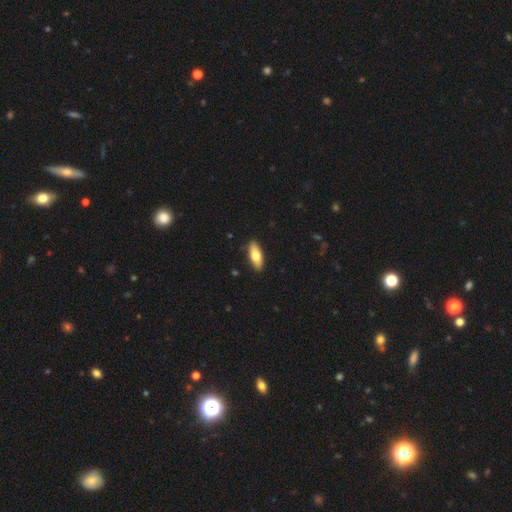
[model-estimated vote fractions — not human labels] Smooth or featured: smooth — 70% (featured or disk — 25%)
How rounded: in between — 72% (cigar-shaped — 26%)
Merging: none — 89% (minor disturbance — 8%)